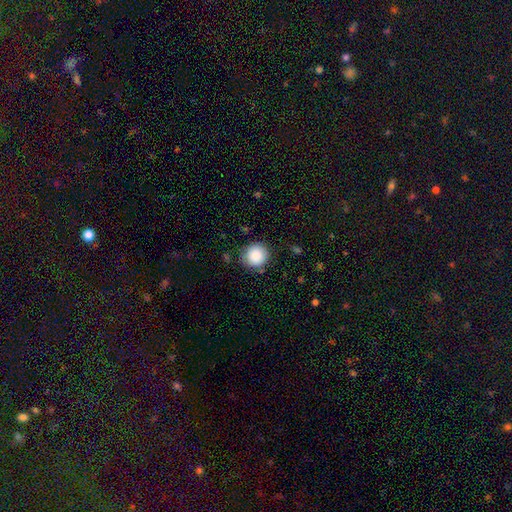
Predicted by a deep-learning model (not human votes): Overall: smooth (88%). How rounded: round (93%). Merging: none (85%).